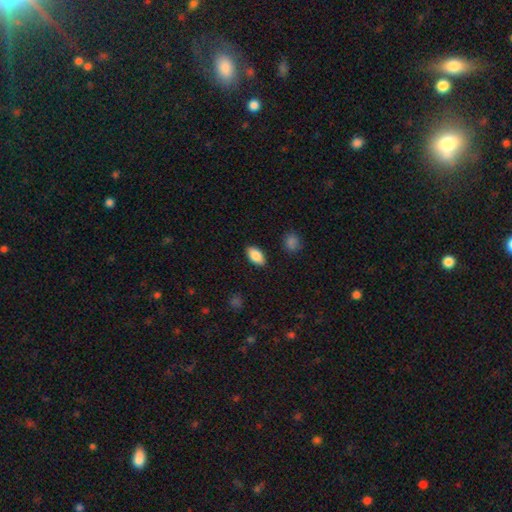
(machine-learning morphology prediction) A smooth galaxy with no disk features (86%) that is in between round and cigar-shaped (92%).

Vote fractions:
- Smooth or featured? smooth: 86% / star or artifact: 7% / featured or disk: 7%
- How rounded? in between: 92% / round: 4% / cigar-shaped: 4%
- Merging? none: 87% / minor disturbance: 9% / major disturbance: 2% / merger: 1%